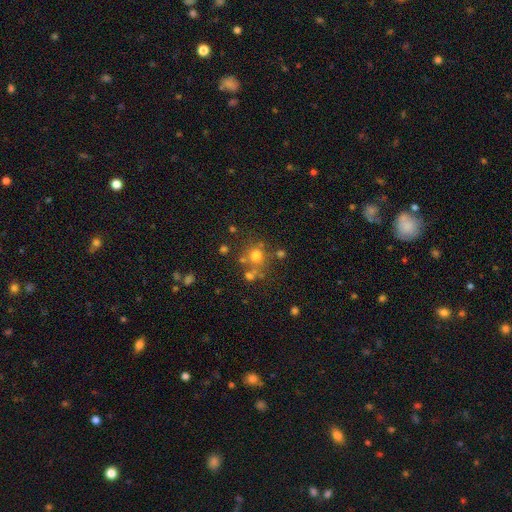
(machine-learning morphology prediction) smooth-or-featured: smooth: 63% | star or artifact: 21% | featured or disk: 16%
  how-rounded: round: 84% | in between: 15% | cigar-shaped: 1%
  merging: none: 62% | merger: 20% | minor disturbance: 12% | major disturbance: 6%